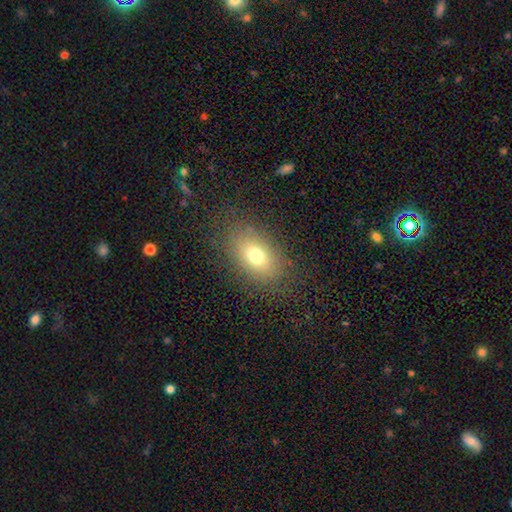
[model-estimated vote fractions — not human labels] Smooth or featured? smooth (73%)
How rounded? in between (83%)
Merging? none (81%)